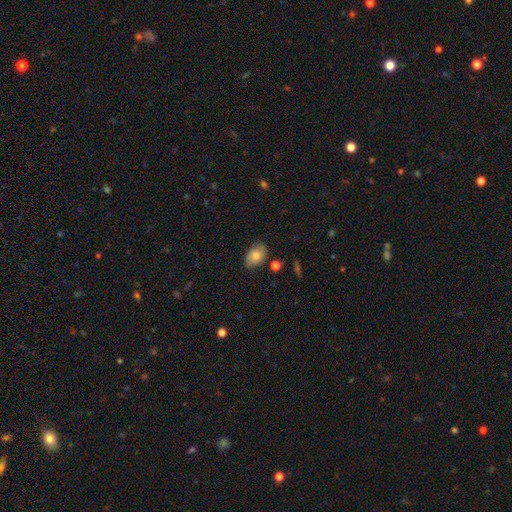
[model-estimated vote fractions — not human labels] A smooth galaxy with no disk features (73%) that is in between round and cigar-shaped (85%). Merging: none (75%).